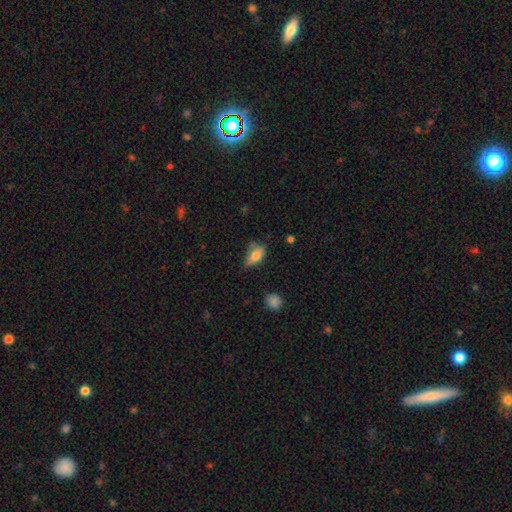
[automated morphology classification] smooth_or_featured: smooth (p=0.67) [alt: featured or disk p=0.23]
how_rounded: in between (p=0.81) [alt: cigar-shaped p=0.13]
merging: none (p=0.44) [alt: minor disturbance p=0.35]